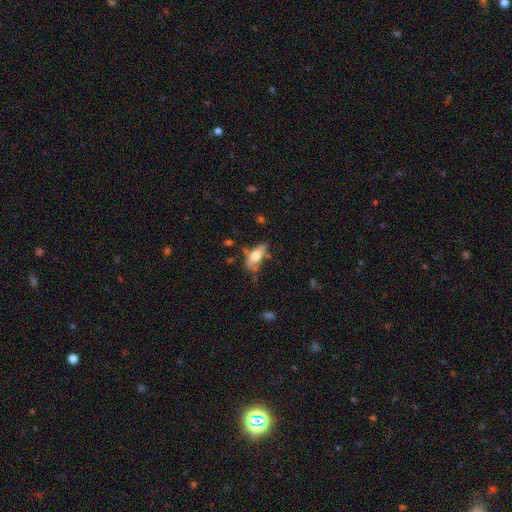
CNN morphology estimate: type=smooth (57%); roundness=in between (69%); merging=none (55%).